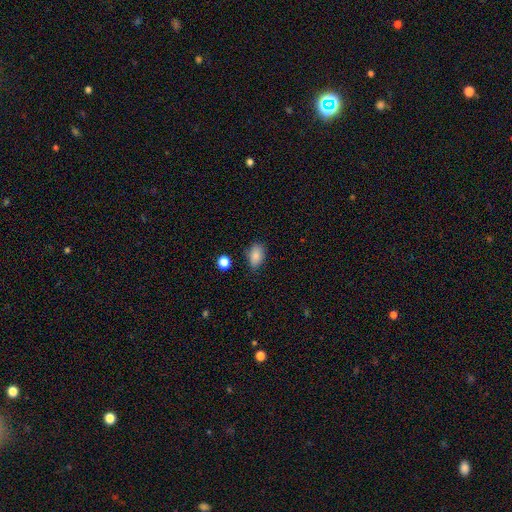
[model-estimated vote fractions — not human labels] A smooth galaxy with no disk features (84%) that is in between round and cigar-shaped (84%). Merging: none (73%).